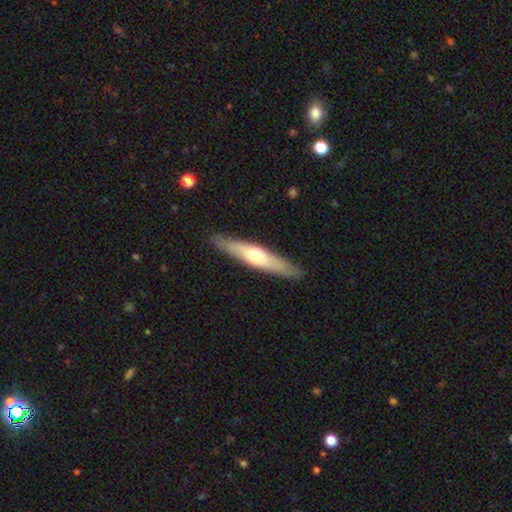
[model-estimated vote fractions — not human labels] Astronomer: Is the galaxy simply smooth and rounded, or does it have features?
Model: featured or disk — 50% (runner-up: smooth, 45%).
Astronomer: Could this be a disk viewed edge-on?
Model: yes — 87%.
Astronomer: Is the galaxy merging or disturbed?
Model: none — 90%.